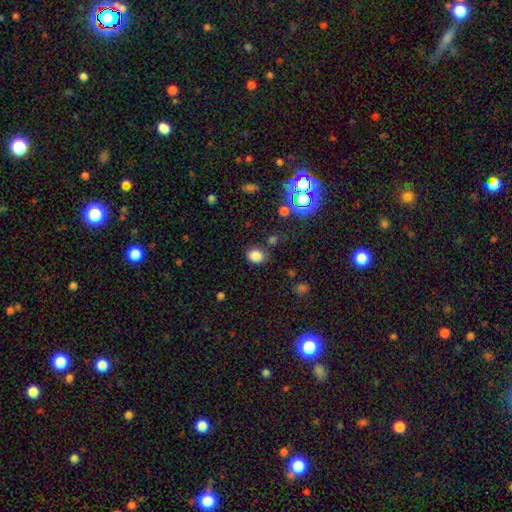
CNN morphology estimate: This appears to be a smooth galaxy with no disk features (80%) that is round (50%). Merging: none (79%).